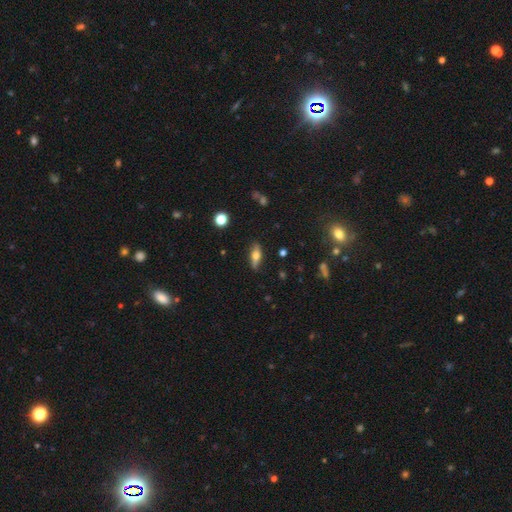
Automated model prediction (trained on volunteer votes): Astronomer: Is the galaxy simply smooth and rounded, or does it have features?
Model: smooth — 52% (runner-up: featured or disk, 40%).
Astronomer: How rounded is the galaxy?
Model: in between — 57% (runner-up: cigar-shaped, 39%).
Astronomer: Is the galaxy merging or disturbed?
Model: none — 84%.